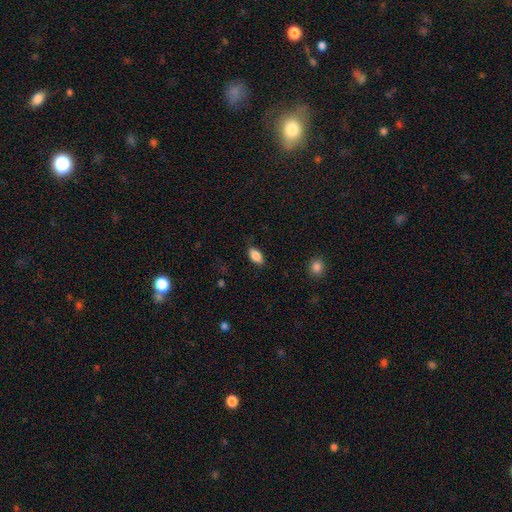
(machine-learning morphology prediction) Smooth or featured? Predicted: smooth (p=0.86). How rounded? Predicted: in between (p=0.90). Merging? Predicted: none (p=0.82).